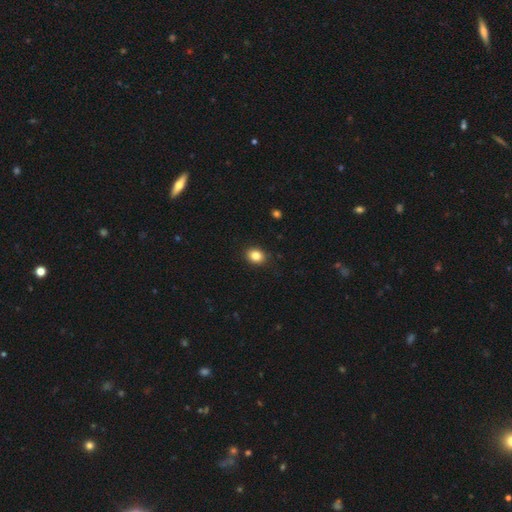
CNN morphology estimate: smooth 85%, star or artifact 10%, featured or disk 5%. Down the decision tree: how rounded — round (51%); merging — none (89%).